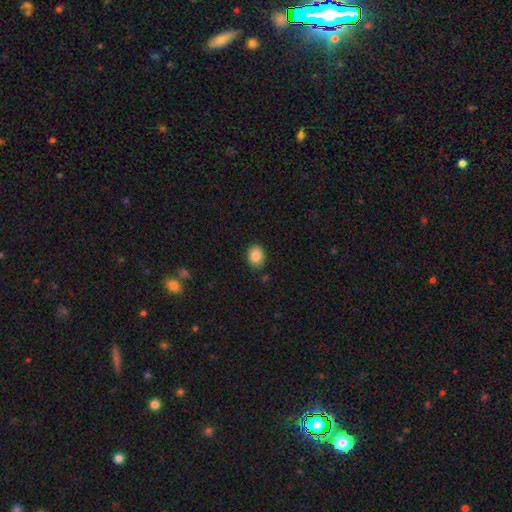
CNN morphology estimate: The model was most divided on "how rounded": in between: 65%, round: 34%, cigar-shaped: 1%. More confident: smooth or featured — smooth (86%); merging — none (86%).